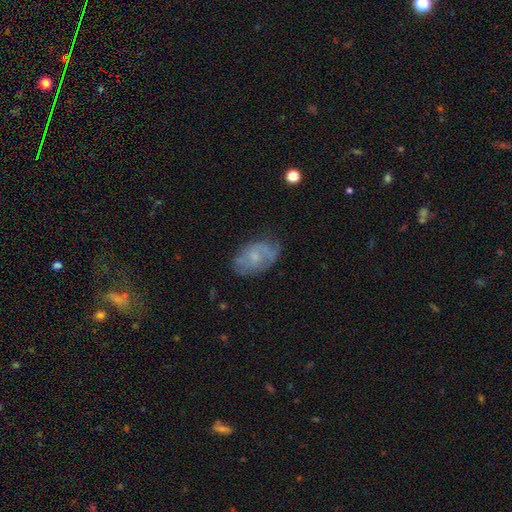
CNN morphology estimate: Smooth or featured?
  - featured or disk: 51% *
  - smooth: 40%
  - star or artifact: 8%
Edge-on disk?
  - no: 95% *
  - yes: 5%
Merging?
  - none: 64% *
  - minor disturbance: 25%
  - major disturbance: 9%
  - merger: 2%